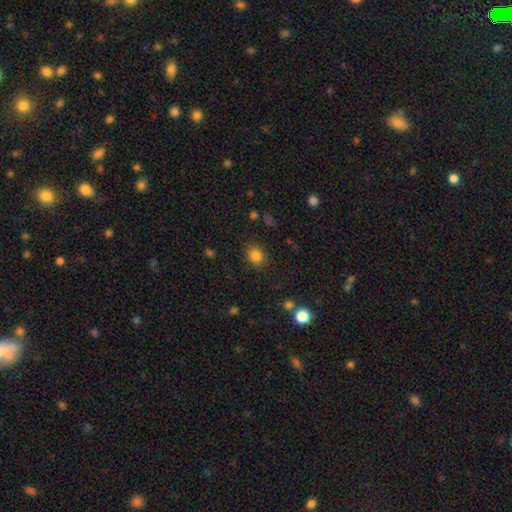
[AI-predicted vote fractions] smooth 83%, star or artifact 12%, featured or disk 5%. Down the decision tree: how rounded — round (64%); merging — none (86%).